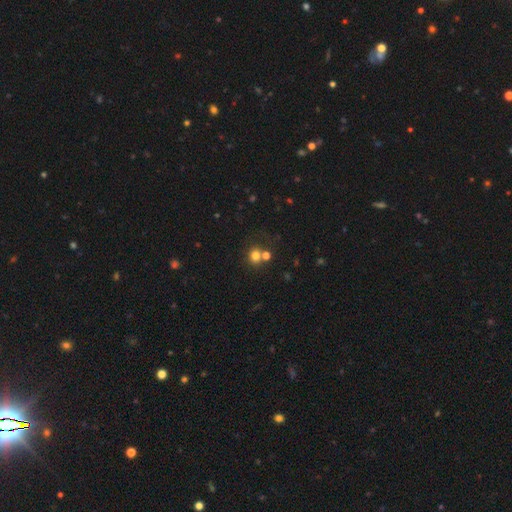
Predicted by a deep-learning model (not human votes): Overall: smooth (75%). How rounded: round (85%). Merging: none (59%; merger 28%).